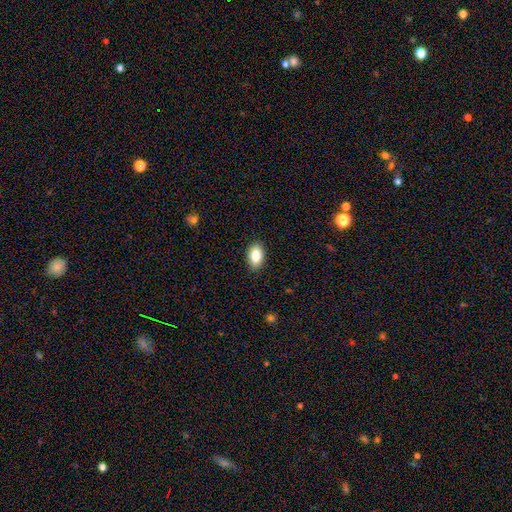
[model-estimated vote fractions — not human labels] This is clearly a smooth galaxy (86%). How rounded: clearly in between (90%). Merging: clearly none (87%).